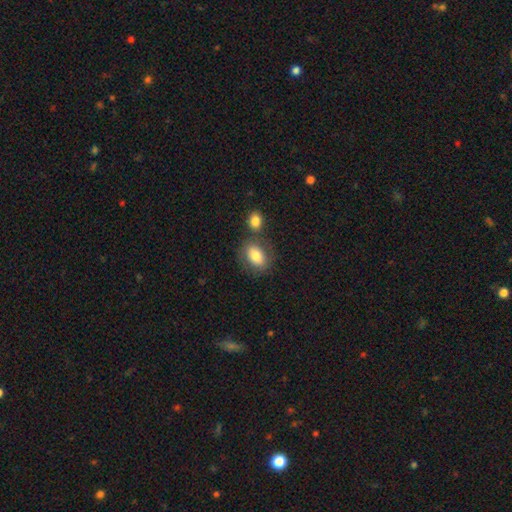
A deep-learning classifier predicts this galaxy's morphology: Overall: smooth (81%). How rounded: in between (79%). Merging: none (62%).